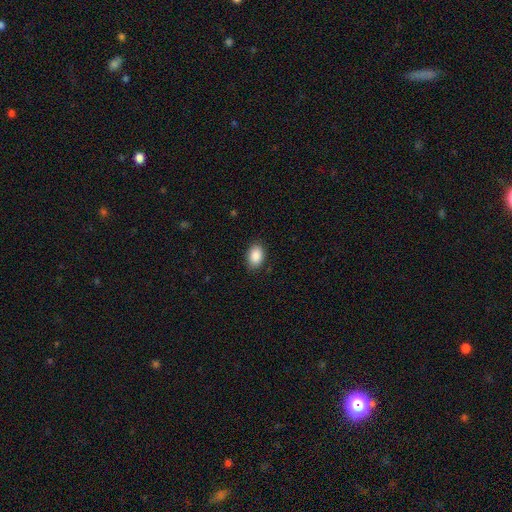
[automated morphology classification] The model was most divided on "how rounded": in between: 85%, round: 14%, cigar-shaped: 1%. More confident: smooth or featured — smooth (89%); merging — none (87%).